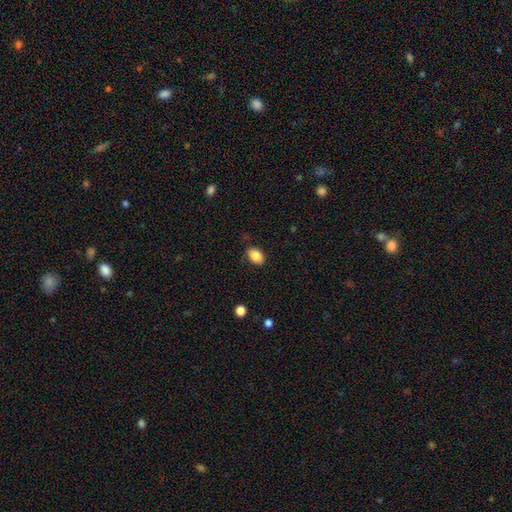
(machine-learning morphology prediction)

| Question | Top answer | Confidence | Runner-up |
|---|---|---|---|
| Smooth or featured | smooth | 86% | star or artifact (8%) |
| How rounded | in between | 83% | round (16%) |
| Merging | none | 82% | minor disturbance (14%) |